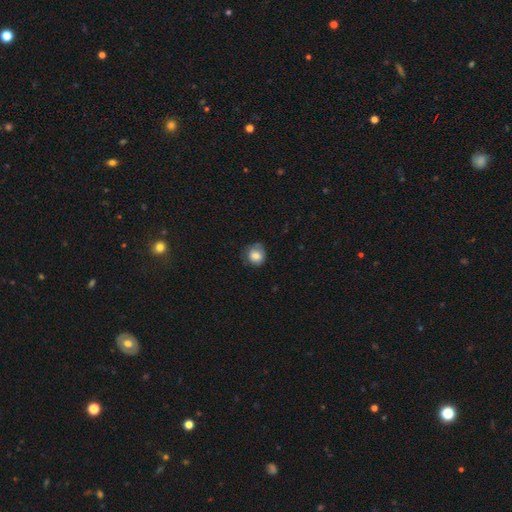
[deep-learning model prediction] This appears to be a smooth galaxy with no disk features (79%) that is round (82%). Merging: none (64%).